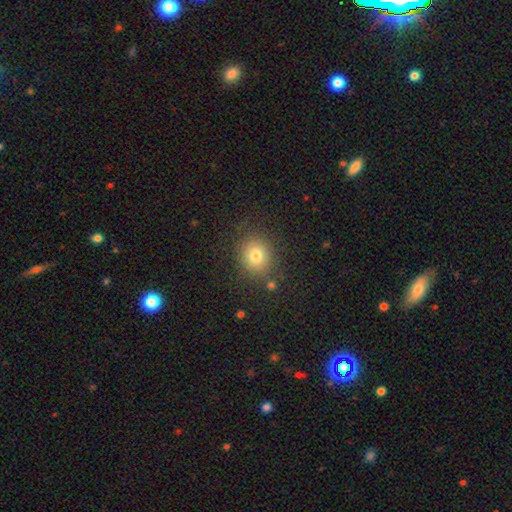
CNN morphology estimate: A smooth galaxy with no disk features (76%) that is round (76%).

Vote fractions:
- Smooth or featured? smooth: 76% / star or artifact: 14% / featured or disk: 10%
- How rounded? round: 76% / in between: 23% / cigar-shaped: 1%
- Merging? none: 83% / minor disturbance: 10% / major disturbance: 4% / merger: 3%